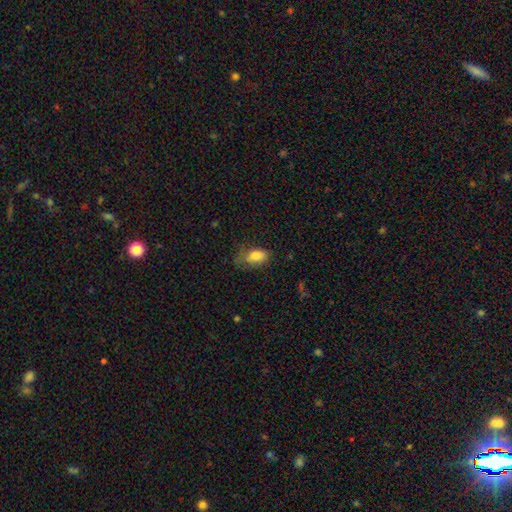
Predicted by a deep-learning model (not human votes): Morphology: type=smooth (82%); roundness=in between (90%); merging=none (48%).